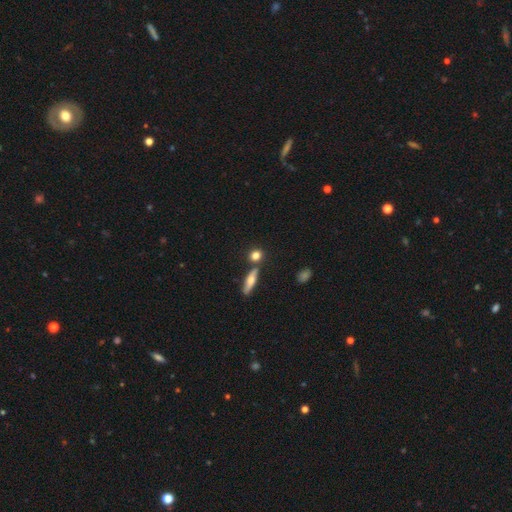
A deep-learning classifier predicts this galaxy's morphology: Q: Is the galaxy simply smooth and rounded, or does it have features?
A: smooth — 78%.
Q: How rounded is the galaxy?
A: round — 72%.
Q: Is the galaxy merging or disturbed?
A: none — 70%.